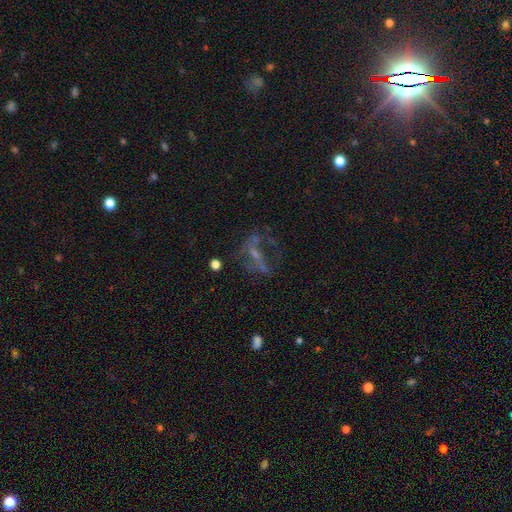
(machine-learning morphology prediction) This appears to be a featured or disk galaxy (54%). Merging: none (42%).